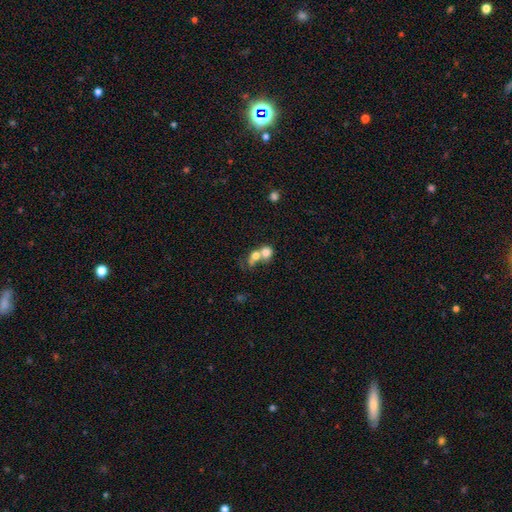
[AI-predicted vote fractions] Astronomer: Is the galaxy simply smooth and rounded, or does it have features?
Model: smooth — 70%.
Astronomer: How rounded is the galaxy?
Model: round — 59% (runner-up: in between, 39%).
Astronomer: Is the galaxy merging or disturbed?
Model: merger — 74%.